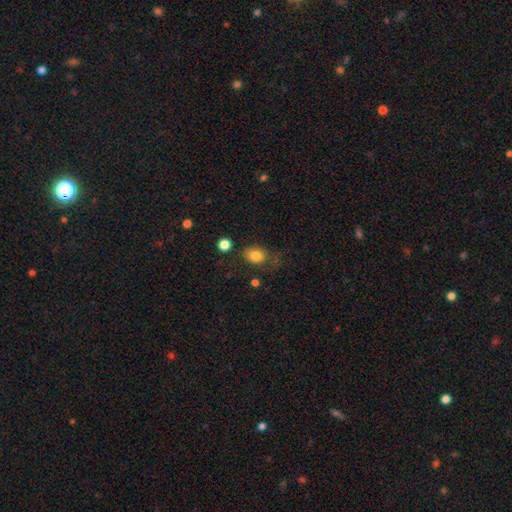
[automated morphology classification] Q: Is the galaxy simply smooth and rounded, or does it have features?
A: smooth — 82%.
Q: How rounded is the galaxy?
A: in between — 66%.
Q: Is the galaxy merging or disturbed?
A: none — 61%.